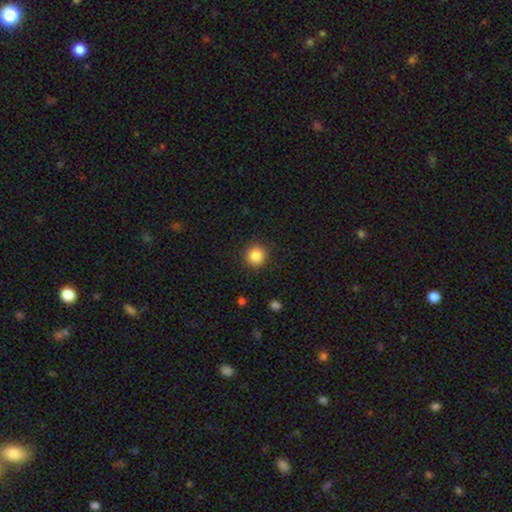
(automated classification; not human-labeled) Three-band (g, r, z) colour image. It shows a smooth galaxy with no disk features (86%) that is round (93%). Merging: none (90%).